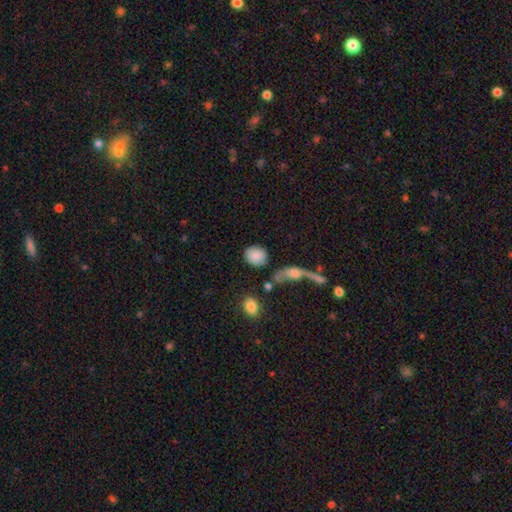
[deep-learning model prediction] A smooth galaxy with no disk features (85%) that is round (57%). Merging: none (72%).